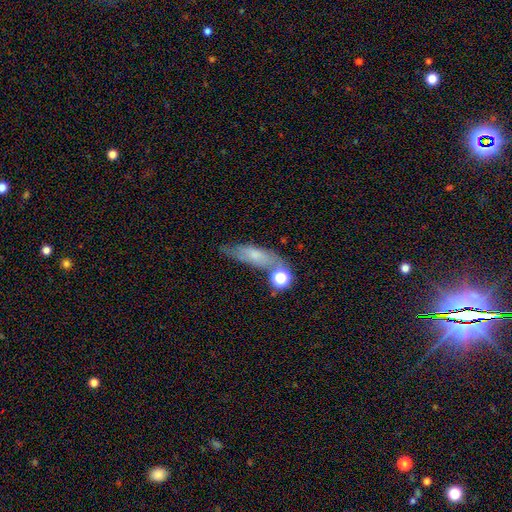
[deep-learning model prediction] A smooth galaxy with no disk features (53%) that is cigar-shaped (50%).

Vote fractions:
- Smooth or featured? smooth: 53% / featured or disk: 35% / star or artifact: 12%
- How rounded? cigar-shaped: 50% / in between: 42% / round: 8%
- Merging? none: 53% / minor disturbance: 21% / merger: 16% / major disturbance: 10%